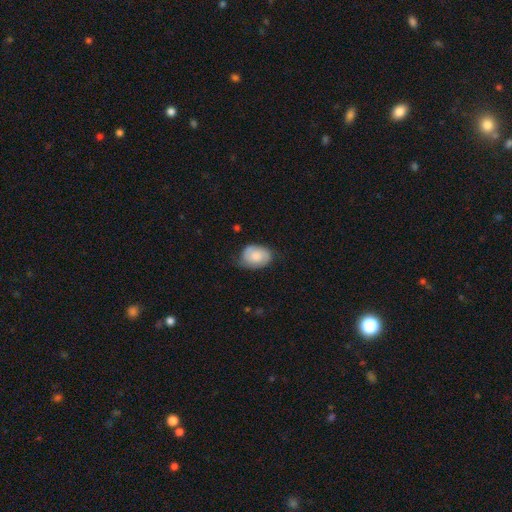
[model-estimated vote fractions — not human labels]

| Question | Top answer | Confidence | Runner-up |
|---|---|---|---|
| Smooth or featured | smooth | 61% | featured or disk (31%) |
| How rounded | in between | 72% | round (27%) |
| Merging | none | 58% | minor disturbance (32%) |